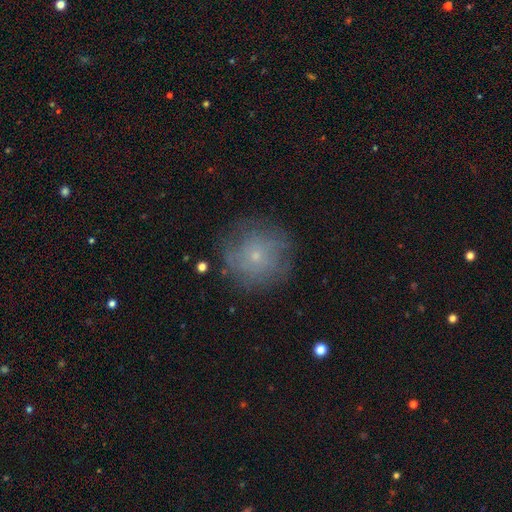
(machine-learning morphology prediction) Q: Smooth or featured?
A: smooth (51%); runner-up: featured or disk (34%)
Q: How rounded?
A: round (92%); runner-up: in between (7%)
Q: Merging?
A: none (78%); runner-up: minor disturbance (14%)